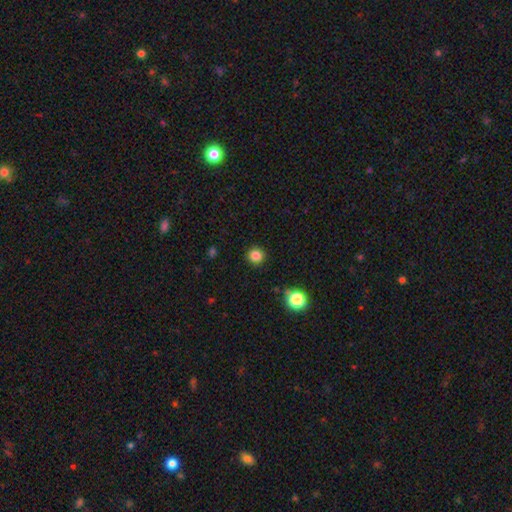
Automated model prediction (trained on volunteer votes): This appears to be a smooth galaxy with no disk features (83%) that is round (94%). Merging: none (91%).